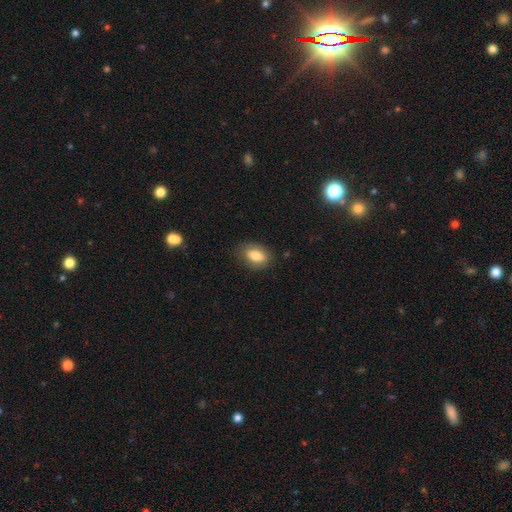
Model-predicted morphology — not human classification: A smooth galaxy with no disk features (80%) that is in between round and cigar-shaped (86%). Merging: none (80%).